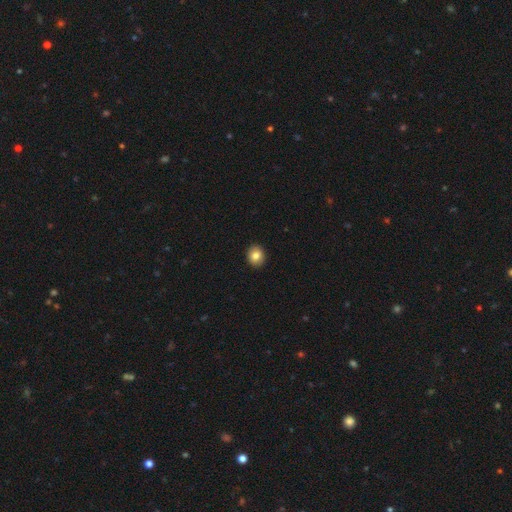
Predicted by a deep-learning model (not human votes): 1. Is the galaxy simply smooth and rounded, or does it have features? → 84% smooth, 9% star or artifact, 7% featured or disk.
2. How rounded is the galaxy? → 65% round, 34% in between, 1% cigar-shaped.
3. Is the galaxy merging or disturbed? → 92% none, 6% minor disturbance, 2% major disturbance, 1% merger.